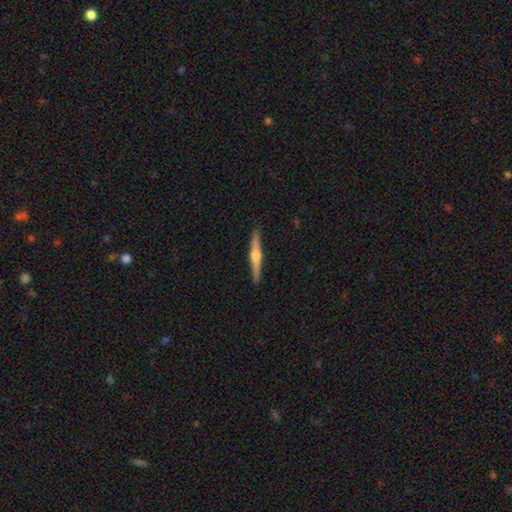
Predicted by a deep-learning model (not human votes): smooth-or-featured: featured or disk: 68% | smooth: 27% | star or artifact: 5%
  disk-edge-on: yes: 98% | no: 2%
    edge-on-bulge: rounded: 92% | none: 4% | boxy: 4%
  merging: none: 91% | minor disturbance: 6% | major disturbance: 1% | merger: 1%